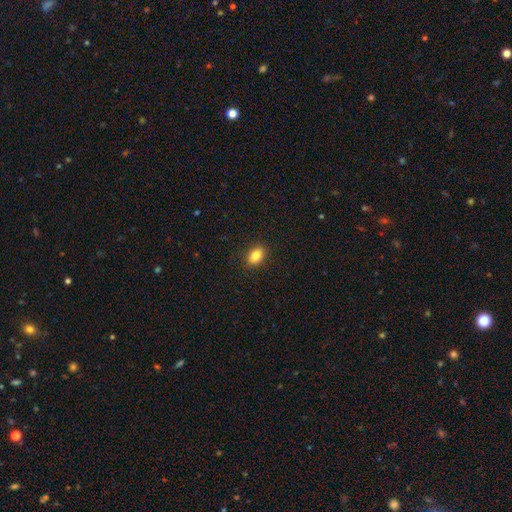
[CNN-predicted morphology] Q: Smooth or featured?
A: smooth (85%); runner-up: star or artifact (9%)
Q: How rounded?
A: in between (84%); runner-up: round (14%)
Q: Merging?
A: none (89%); runner-up: minor disturbance (8%)